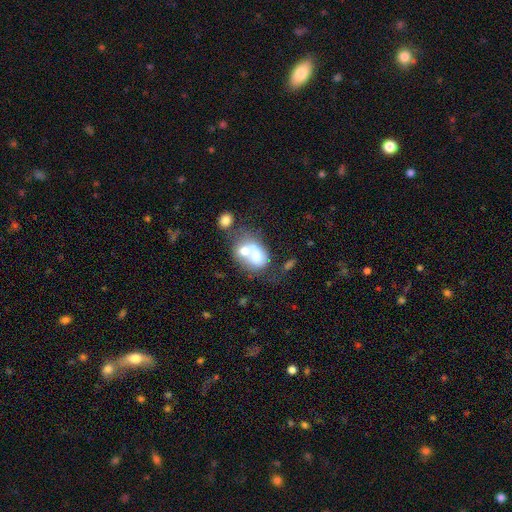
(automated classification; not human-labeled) This appears to be a smooth galaxy with no disk features (53%) that is in between round and cigar-shaped (55%). Merging: merger (69%).